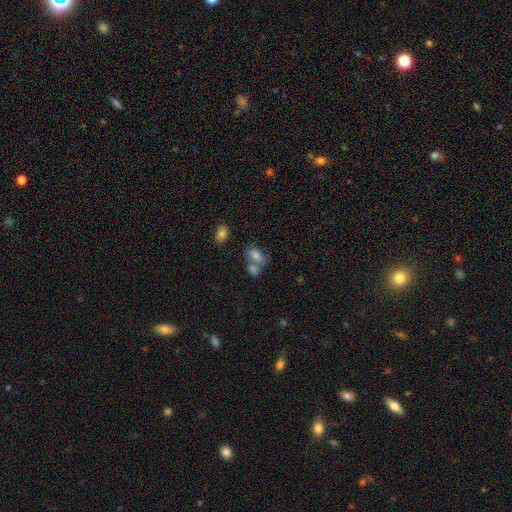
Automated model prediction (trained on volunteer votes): Smooth or featured? Predicted: smooth (p=0.73). How rounded? Predicted: in between (p=0.83). Merging? Predicted: merger (p=0.44).